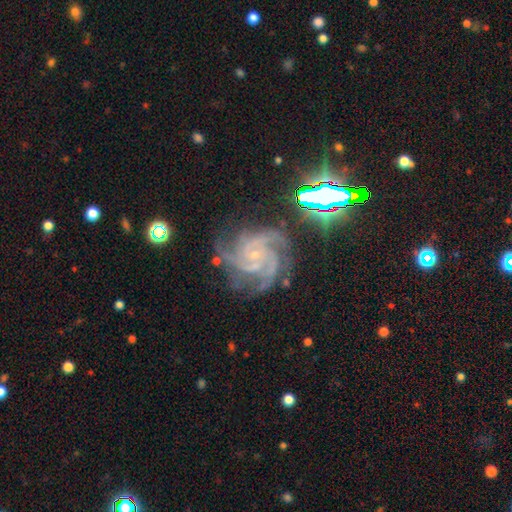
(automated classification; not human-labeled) Smooth or featured? featured or disk (88%)
Edge-on disk? no (98%)
Bar? no (72%)
Spiral arms? yes (98%)
Spiral winding? tight (59%)
Spiral arm count? 4 (40%)
Bulge size? small (82%)
Merging? none (66%)